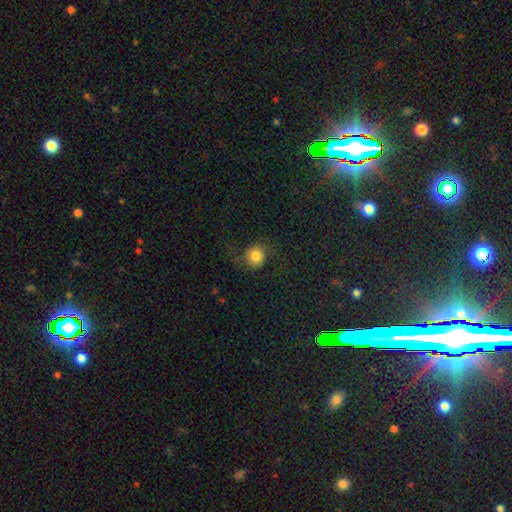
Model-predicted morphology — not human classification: The model was most divided on "merging": none: 71%, minor disturbance: 15%, major disturbance: 13%, merger: 1%. More confident: how rounded — round (88%); smooth or featured — smooth (74%).